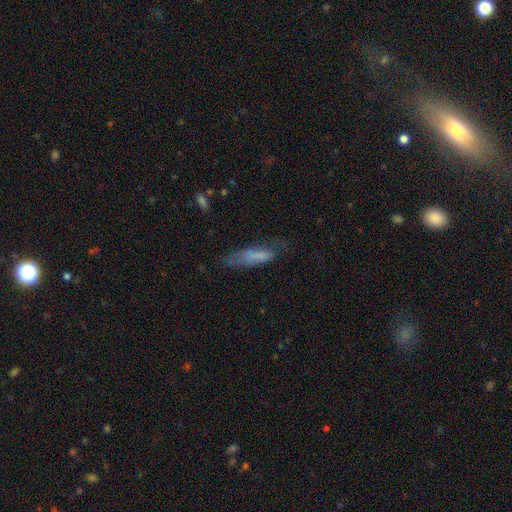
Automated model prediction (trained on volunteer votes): Smooth or featured? smooth (65%)
How rounded? cigar-shaped (64%)
Merging? none (47%)